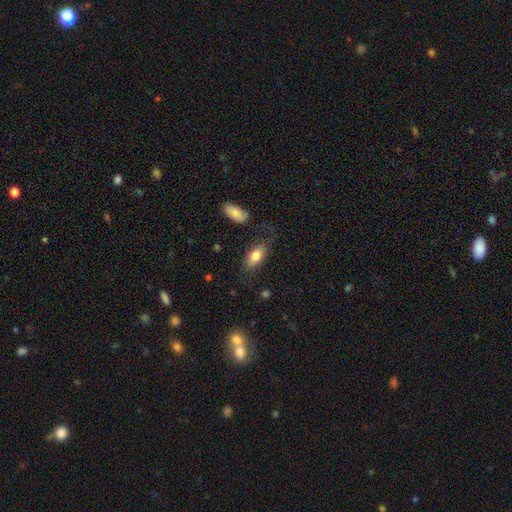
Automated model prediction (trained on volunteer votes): A smooth galaxy with no disk features (76%) that is in between round and cigar-shaped (88%).

Vote fractions:
- Smooth or featured? smooth: 76% / featured or disk: 17% / star or artifact: 7%
- How rounded? in between: 88% / cigar-shaped: 8% / round: 4%
- Merging? none: 63% / minor disturbance: 20% / major disturbance: 13% / merger: 4%